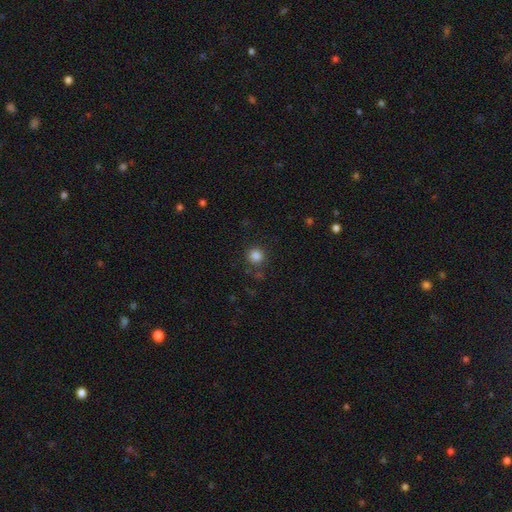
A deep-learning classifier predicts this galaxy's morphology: Smooth or featured?
  - smooth: 84% *
  - star or artifact: 12%
  - featured or disk: 4%
How rounded?
  - round: 94% *
  - in between: 5%
  - cigar-shaped: 1%
Merging?
  - none: 86% *
  - minor disturbance: 8%
  - major disturbance: 3%
  - merger: 3%